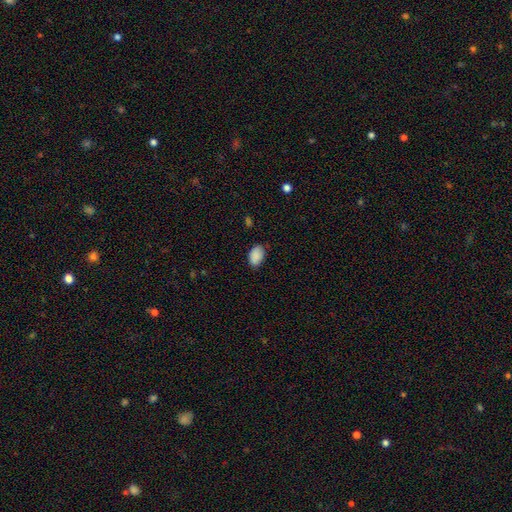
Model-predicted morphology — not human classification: Smooth or featured: smooth — 89% (star or artifact — 7%)
How rounded: in between — 90% (round — 9%)
Merging: none — 77% (minor disturbance — 19%)